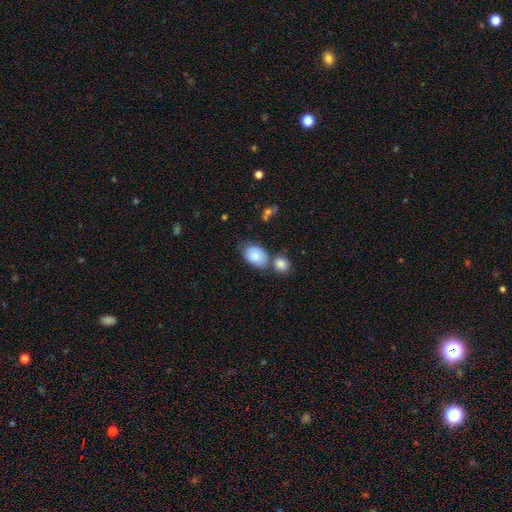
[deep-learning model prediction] This is clearly a smooth galaxy (83%). How rounded: clearly in between (83%). Merging: possibly none (51%).